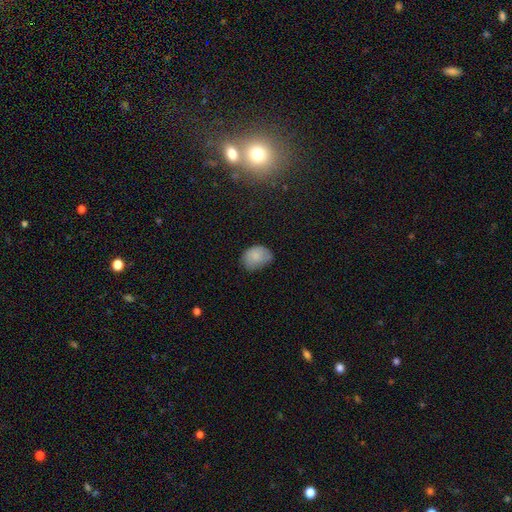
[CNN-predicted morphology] Q: Smooth or featured?
A: smooth (81%); runner-up: featured or disk (10%)
Q: How rounded?
A: in between (67%); runner-up: round (32%)
Q: Merging?
A: none (53%); runner-up: minor disturbance (36%)